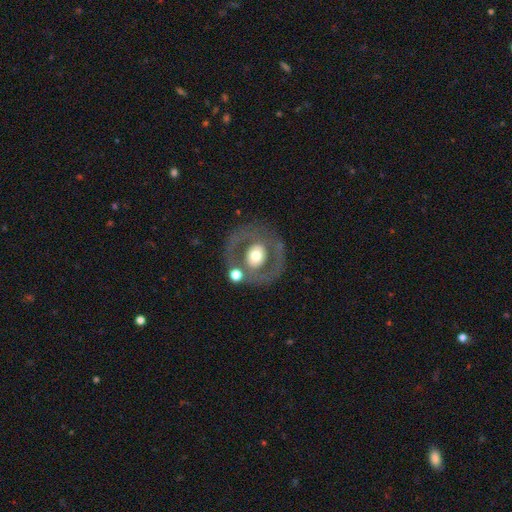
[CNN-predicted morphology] This appears to be a featured or disk galaxy (55%) with no bar (80%), no spiral arms (81%) and a moderate central bulge (59%). Merging: none (71%).